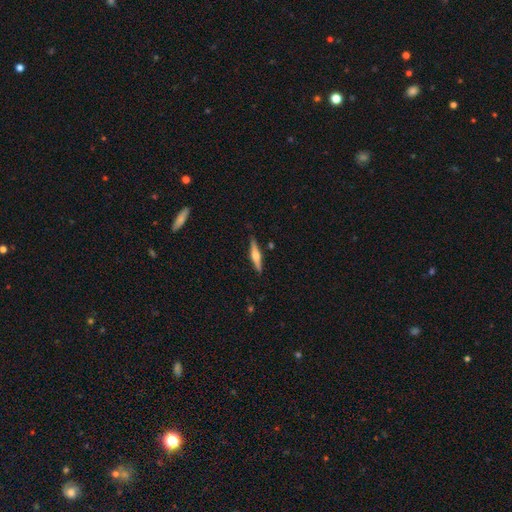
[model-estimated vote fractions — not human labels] A featured or disk galaxy (66%) viewed edge-on (98%) with a rounded central bulge (86%). Merging: none (88%).